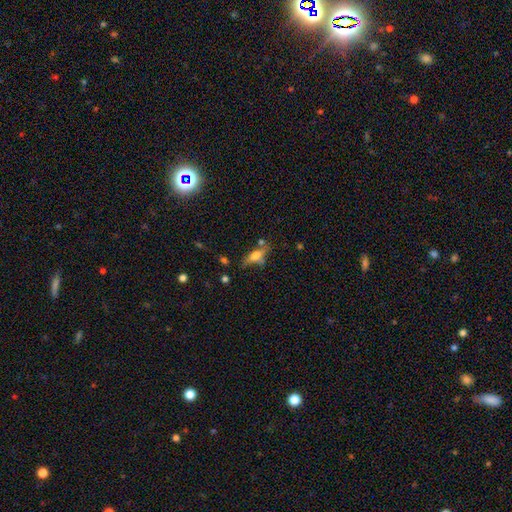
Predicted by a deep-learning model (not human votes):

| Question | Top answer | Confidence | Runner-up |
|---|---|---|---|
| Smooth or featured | smooth | 53% | featured or disk (36%) |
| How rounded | in between | 60% | cigar-shaped (35%) |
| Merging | none | 51% | minor disturbance (24%) |